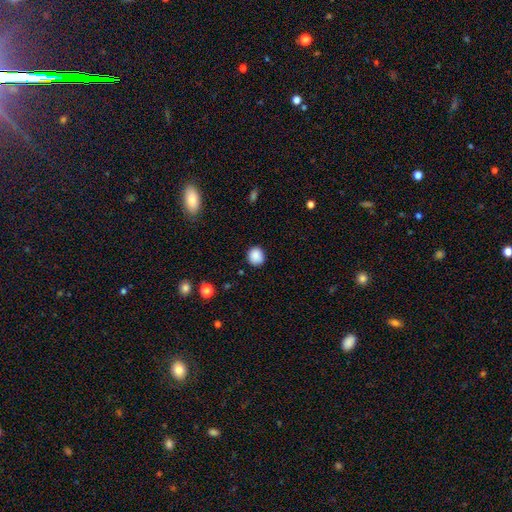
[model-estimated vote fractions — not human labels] A smooth galaxy with no disk features (88%) that is round (90%). Merging: none (88%).